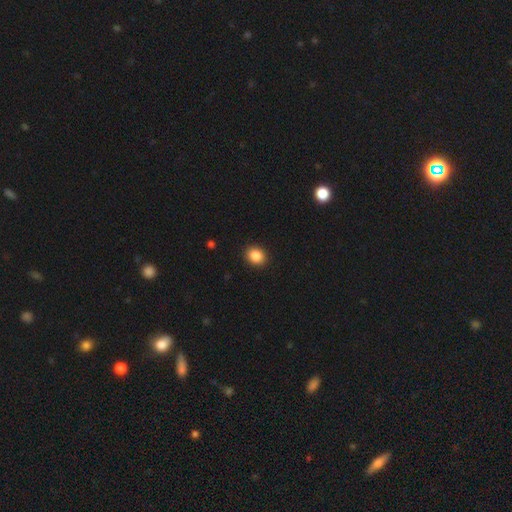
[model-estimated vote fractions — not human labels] Smooth or featured?
  - smooth: 87% *
  - star or artifact: 9%
  - featured or disk: 4%
How rounded?
  - round: 67% *
  - in between: 32%
  - cigar-shaped: 1%
Merging?
  - none: 92% *
  - minor disturbance: 6%
  - major disturbance: 2%
  - merger: 1%